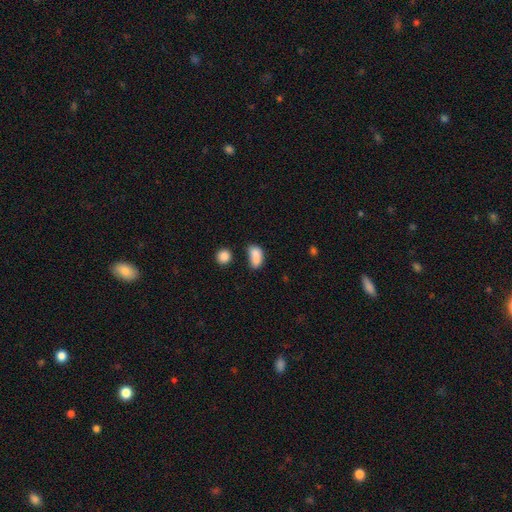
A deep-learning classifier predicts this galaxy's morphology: smooth_or_featured: smooth (p=0.82) [alt: star or artifact p=0.10]
how_rounded: in between (p=0.85) [alt: round p=0.11]
merging: none (p=0.38) [alt: minor disturbance p=0.28]